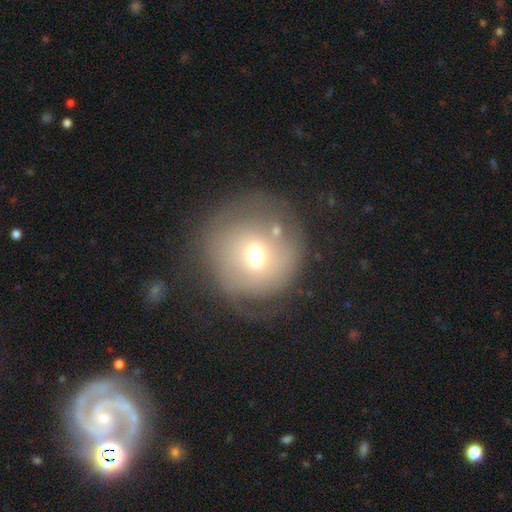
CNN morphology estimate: Smooth or featured? smooth (52%)
How rounded? round (86%)
Merging? none (49%)